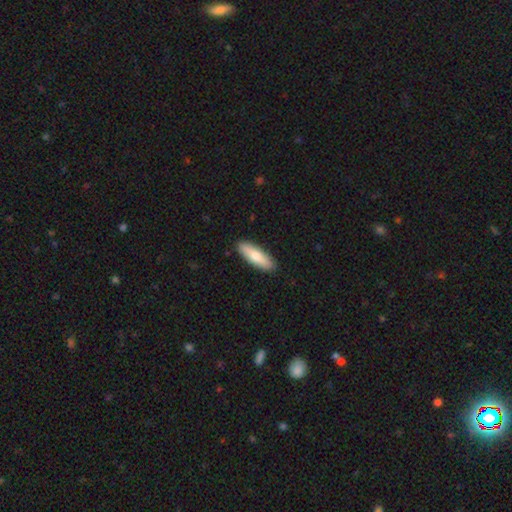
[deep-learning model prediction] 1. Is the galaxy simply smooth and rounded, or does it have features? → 71% smooth, 24% featured or disk, 5% star or artifact.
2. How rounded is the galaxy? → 51% cigar-shaped, 47% in between, 2% round.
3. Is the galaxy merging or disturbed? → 90% none, 7% minor disturbance, 2% major disturbance, 1% merger.